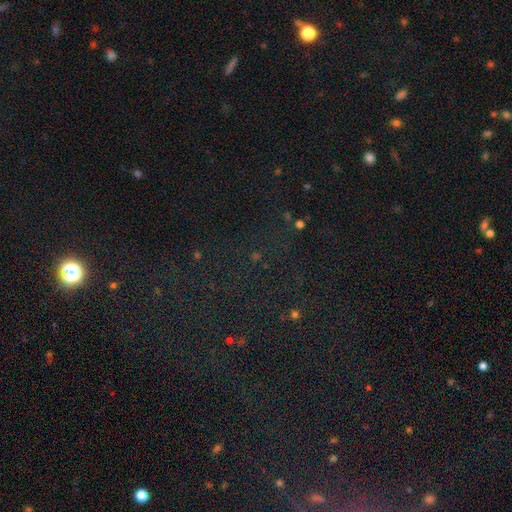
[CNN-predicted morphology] Q: Smooth or featured?
A: star or artifact (76%); runner-up: smooth (15%)